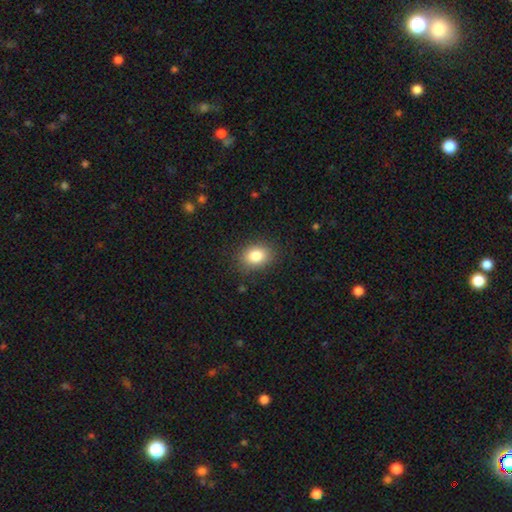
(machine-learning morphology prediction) smooth-or-featured: smooth: 84% | star or artifact: 9% | featured or disk: 7%
  how-rounded: in between: 60% | round: 39% | cigar-shaped: 1%
  merging: none: 86% | minor disturbance: 10% | major disturbance: 3% | merger: 1%